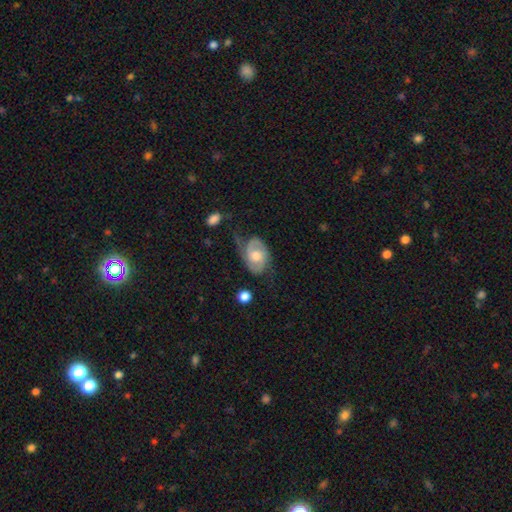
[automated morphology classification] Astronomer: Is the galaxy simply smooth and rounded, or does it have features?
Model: featured or disk — 72%.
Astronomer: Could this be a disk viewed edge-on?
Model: no — 96%.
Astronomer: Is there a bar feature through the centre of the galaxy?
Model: no — 64%.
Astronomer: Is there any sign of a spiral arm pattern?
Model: yes — 91%.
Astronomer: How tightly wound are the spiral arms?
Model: medium — 44% (runner-up: tight, 35%).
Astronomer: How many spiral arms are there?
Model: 2 — 75%.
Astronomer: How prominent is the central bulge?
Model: moderate — 67%.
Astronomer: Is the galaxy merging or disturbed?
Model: none — 53%.